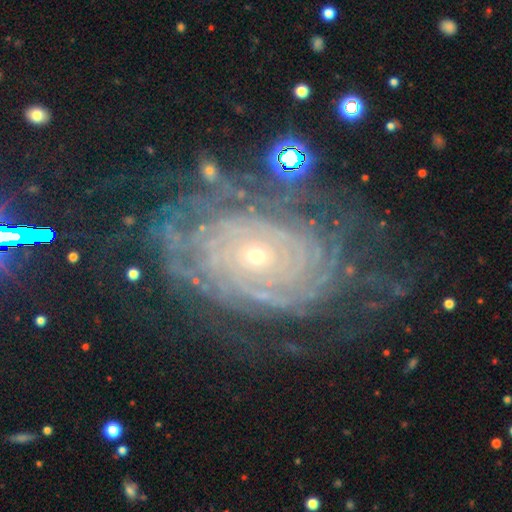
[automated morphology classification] This appears to be a featured or disk galaxy (83%) with no bar (83%), tight (82%) spiral arms (92%) and a small central bulge (77%). Merging: none (67%).